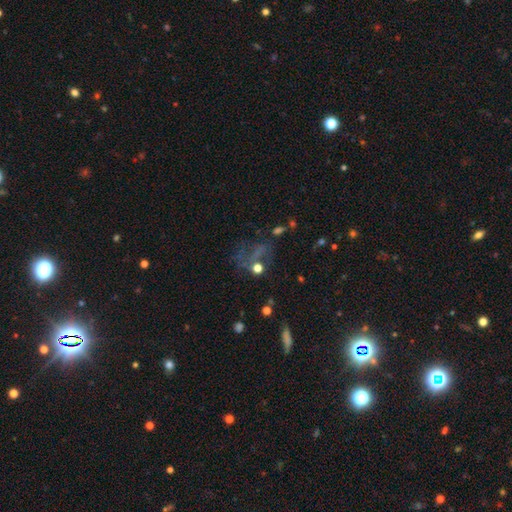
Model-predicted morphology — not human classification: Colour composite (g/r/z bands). It shows a star or artifact, not a galaxy (43%).